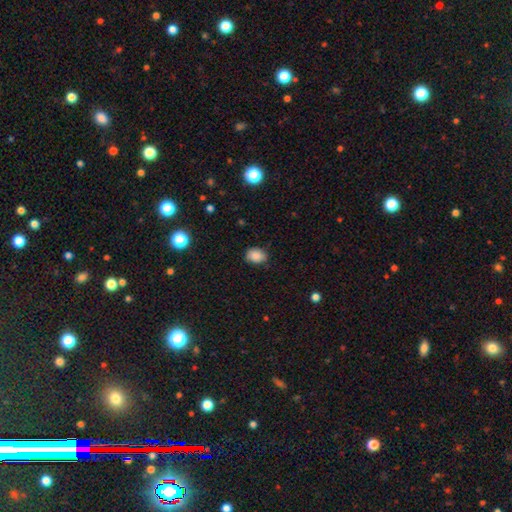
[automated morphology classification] This is clearly a smooth galaxy (86%). How rounded: likely in between (65%). Merging: likely none (78%).